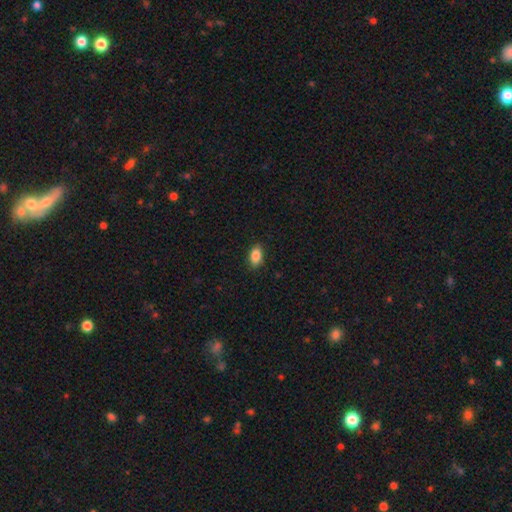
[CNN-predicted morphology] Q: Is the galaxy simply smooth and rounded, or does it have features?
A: smooth — 87%.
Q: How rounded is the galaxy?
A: in between — 90%.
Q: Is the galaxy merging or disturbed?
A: none — 87%.